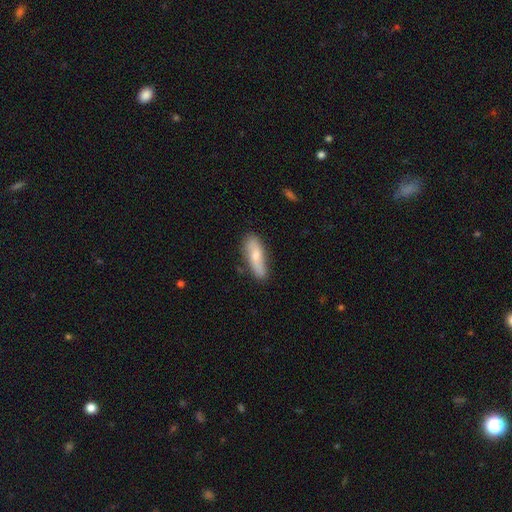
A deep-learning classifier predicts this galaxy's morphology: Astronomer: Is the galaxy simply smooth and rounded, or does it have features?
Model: smooth — 61%.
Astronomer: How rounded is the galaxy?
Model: cigar-shaped — 50% (runner-up: in between, 47%).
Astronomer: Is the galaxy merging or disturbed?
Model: none — 75%.